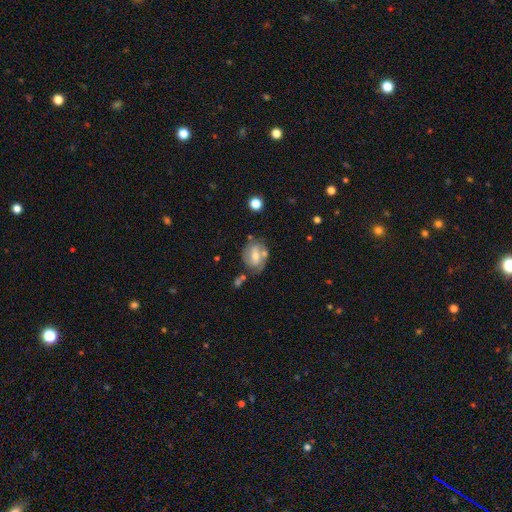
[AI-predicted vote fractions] smooth_or_featured: featured or disk (p=0.59) [alt: smooth p=0.33]
disk_edge_on: no (p=0.96) [alt: yes p=0.04]
bar: weak (p=0.46) [alt: no p=0.34]
has_spiral_arms: yes (p=0.76) [alt: no p=0.24]
bulge_size: moderate (p=0.56) [alt: small p=0.37]
merging: none (p=0.58) [alt: minor disturbance p=0.20]